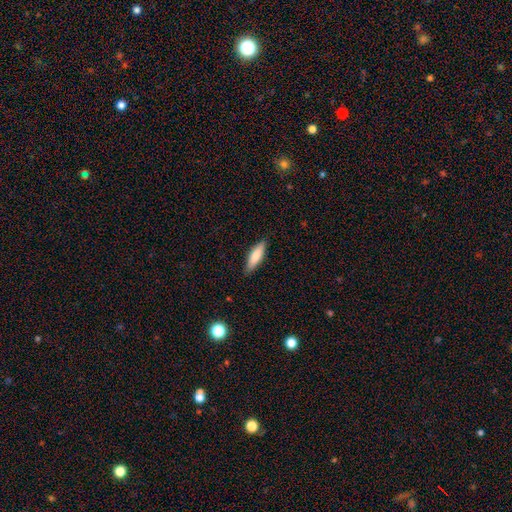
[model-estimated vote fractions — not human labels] Morphology: type=smooth (78%); roundness=cigar-shaped (62%); merging=none (87%).